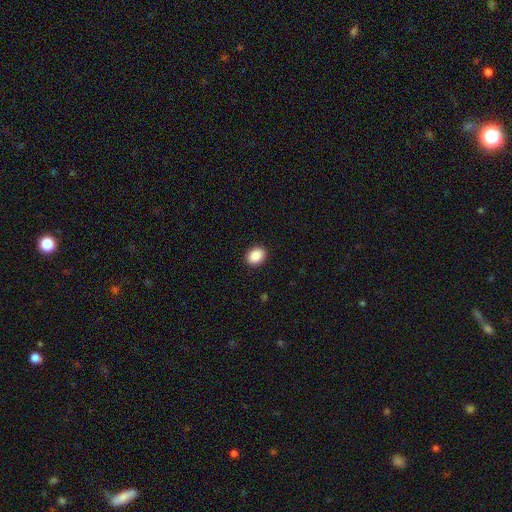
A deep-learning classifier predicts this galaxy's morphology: Overall: smooth (89%). How rounded: in between (59%; round 40%). Merging: none (92%).